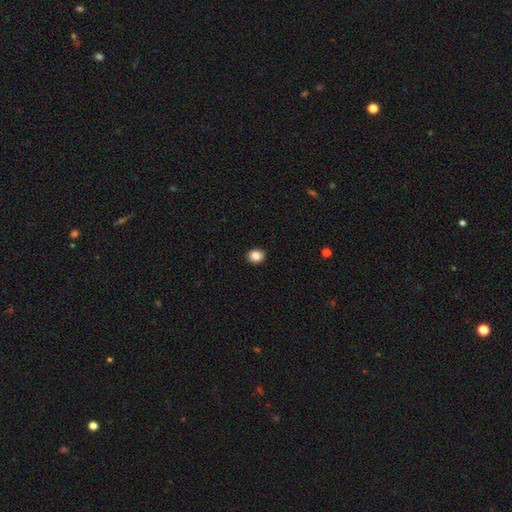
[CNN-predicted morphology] Smooth or featured: smooth — 85% (star or artifact — 9%)
How rounded: round — 62% (in between — 37%)
Merging: none — 92% (minor disturbance — 6%)